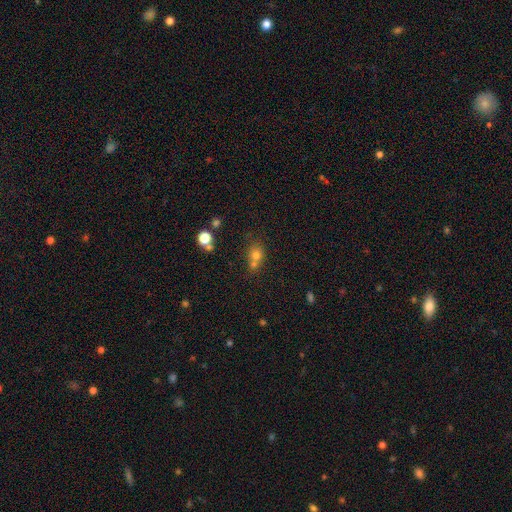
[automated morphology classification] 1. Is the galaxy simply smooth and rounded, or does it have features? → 69% smooth, 18% star or artifact, 12% featured or disk.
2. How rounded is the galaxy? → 73% round, 26% in between, 1% cigar-shaped.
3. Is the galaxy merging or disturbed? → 44% merger, 43% none, 9% minor disturbance, 4% major disturbance.